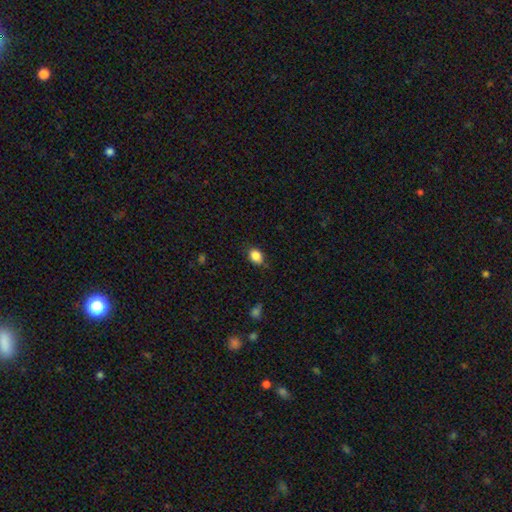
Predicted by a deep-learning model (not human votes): The model was most divided on "how rounded": in between: 57%, round: 42%, cigar-shaped: 1%. More confident: smooth or featured — smooth (85%); merging — none (77%).